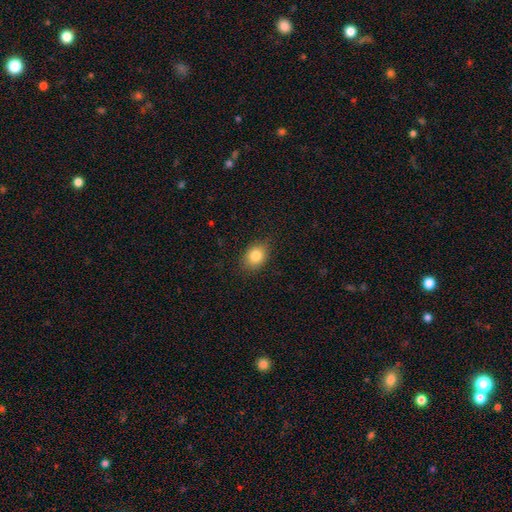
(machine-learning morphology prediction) type=smooth (83%); roundness=in between (66%); merging=none (84%).